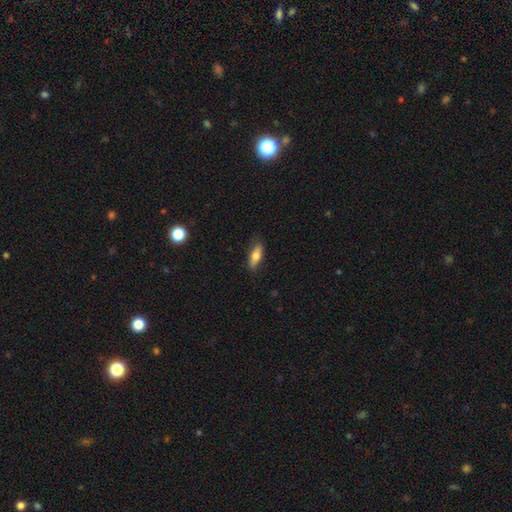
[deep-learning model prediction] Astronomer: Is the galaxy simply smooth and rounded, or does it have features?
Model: smooth — 72%.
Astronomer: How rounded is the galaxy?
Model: in between — 63%.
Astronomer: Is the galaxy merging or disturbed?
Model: none — 82%.